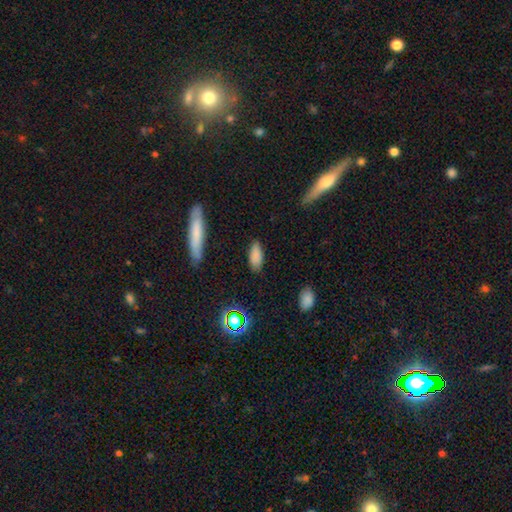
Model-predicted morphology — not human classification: A smooth galaxy with no disk features (84%) that is in between round and cigar-shaped (85%). Merging: none (80%).